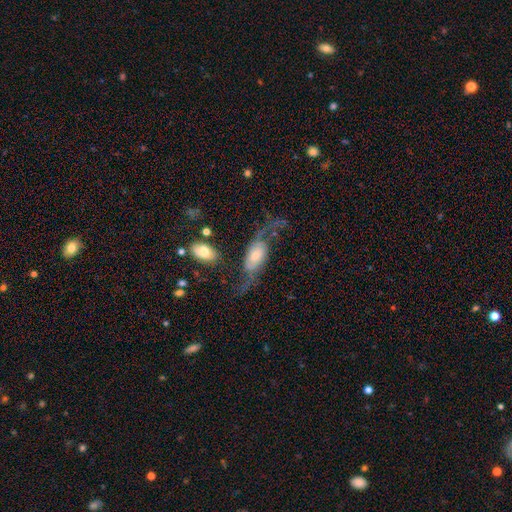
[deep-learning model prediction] A featured or disk galaxy (70%) with no bar (54%), 2 (91%) loose (82%) spiral arms (88%) and a moderate central bulge (39%). Merging: none (46%).